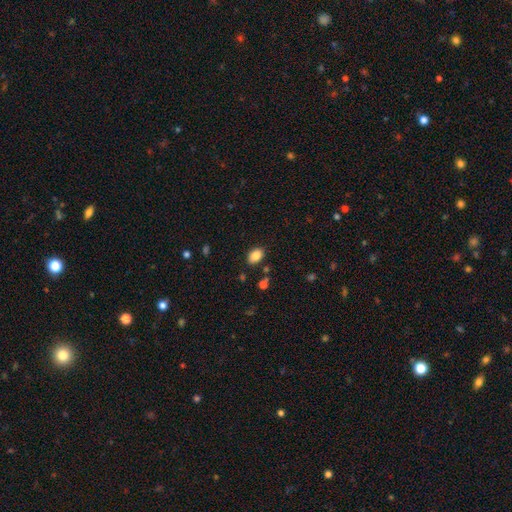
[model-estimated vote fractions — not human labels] Smooth or featured? Predicted: smooth (p=0.86). How rounded? Predicted: in between (p=0.83). Merging? Predicted: none (p=0.85).